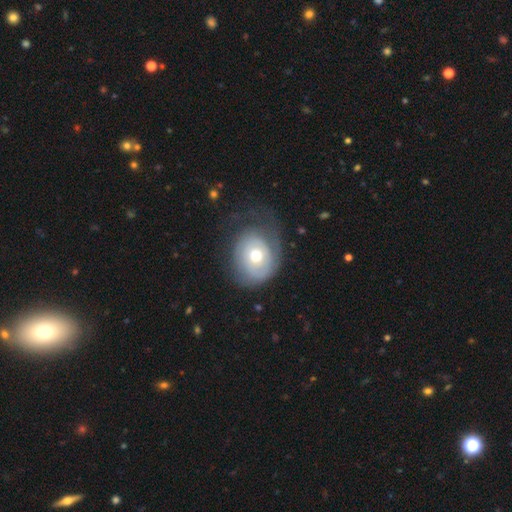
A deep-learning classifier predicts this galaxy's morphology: This appears to be a featured or disk galaxy (52%) with no bar (84%), spiral arms (57%) and a moderate central bulge (70%). Merging: none (54%).